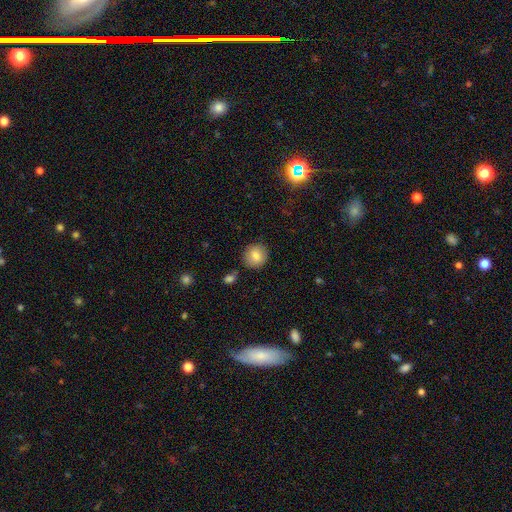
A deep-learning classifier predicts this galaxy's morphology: type=smooth (82%); roundness=round (87%); merging=none (84%).